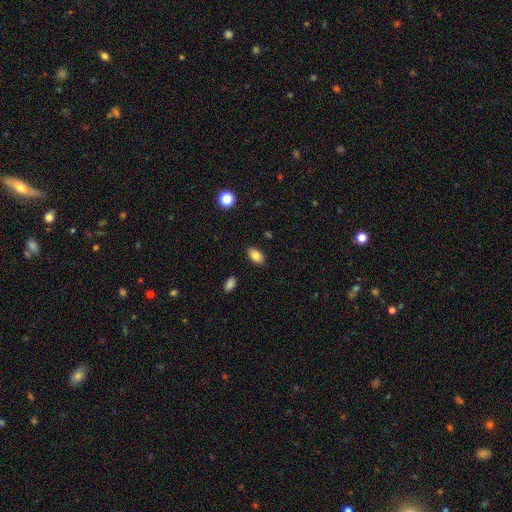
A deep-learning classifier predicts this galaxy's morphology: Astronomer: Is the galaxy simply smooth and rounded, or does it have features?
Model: smooth — 84%.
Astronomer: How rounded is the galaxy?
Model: in between — 92%.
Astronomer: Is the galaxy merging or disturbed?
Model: none — 88%.